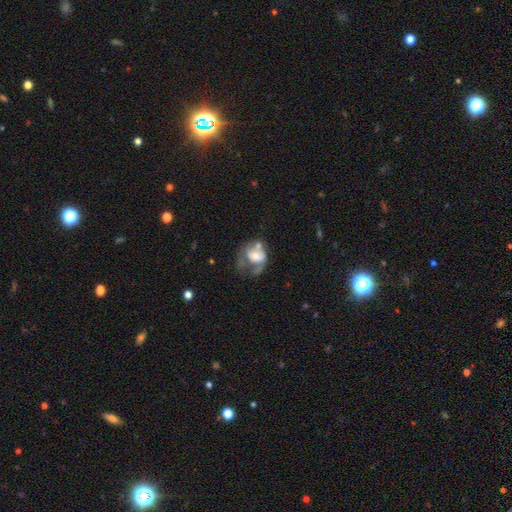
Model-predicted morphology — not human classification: A smooth galaxy with no disk features (46%).

Vote fractions:
- Smooth or featured? smooth: 46% / featured or disk: 45% / star or artifact: 9%
- Merging? major disturbance: 37% / merger: 23% / none: 21% / minor disturbance: 19%